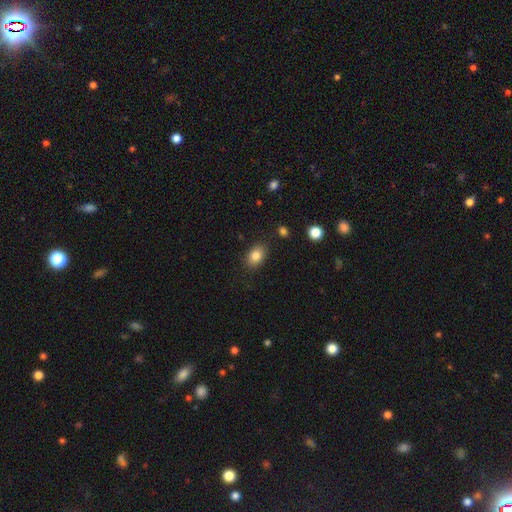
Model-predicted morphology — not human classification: smooth-or-featured: smooth: 84% | star or artifact: 9% | featured or disk: 7%
  how-rounded: in between: 74% | round: 25% | cigar-shaped: 1%
  merging: none: 83% | minor disturbance: 12% | major disturbance: 3% | merger: 2%